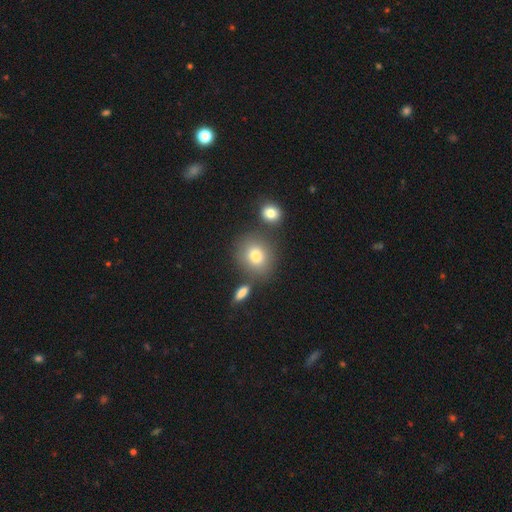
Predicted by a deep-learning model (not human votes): Morphology: type=smooth (79%); roundness=round (72%); merging=none (71%).